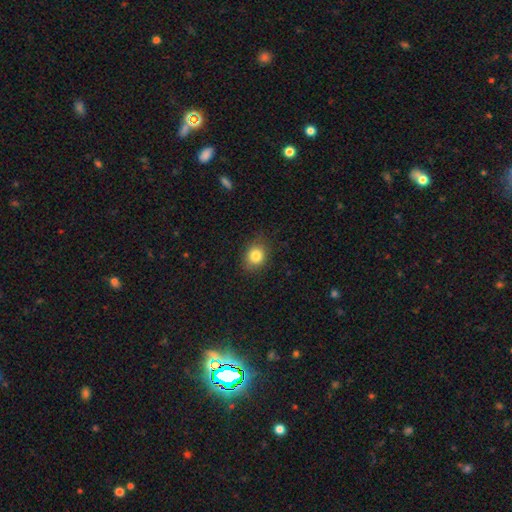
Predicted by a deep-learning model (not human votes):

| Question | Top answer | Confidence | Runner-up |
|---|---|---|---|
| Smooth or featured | smooth | 83% | star or artifact (10%) |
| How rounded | round | 64% | in between (35%) |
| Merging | none | 82% | minor disturbance (14%) |